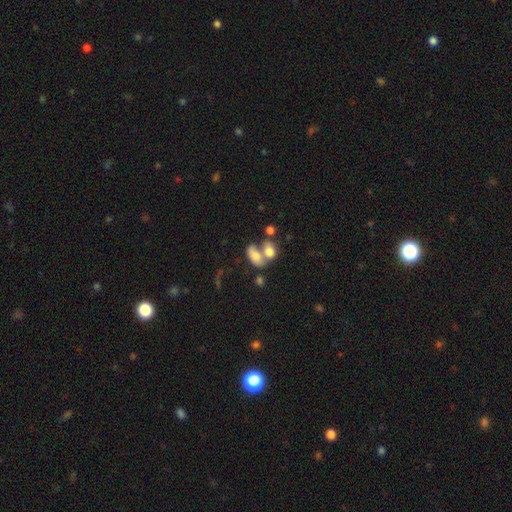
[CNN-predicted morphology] This appears to be a smooth galaxy with no disk features (72%) that is in between round and cigar-shaped (86%). Merging: merger (59%).